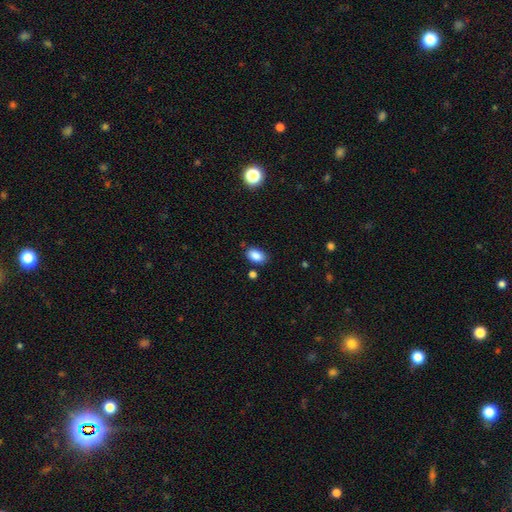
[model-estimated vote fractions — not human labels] The model was most divided on "merging": none: 80%, minor disturbance: 13%, merger: 4%, major disturbance: 3%. More confident: how rounded — in between (91%); smooth or featured — smooth (88%).